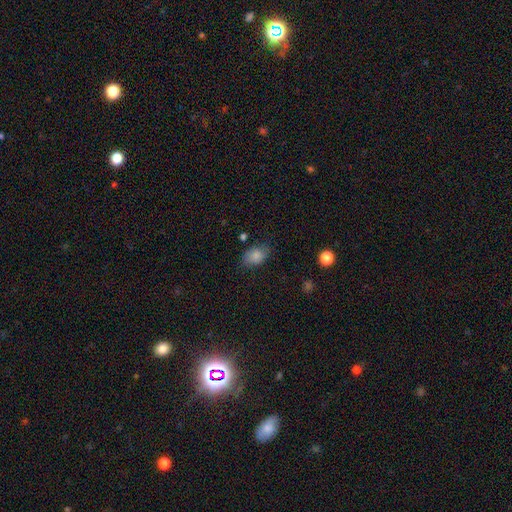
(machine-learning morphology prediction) A smooth galaxy with no disk features (82%) that is in between round and cigar-shaped (83%). Merging: none (70%).